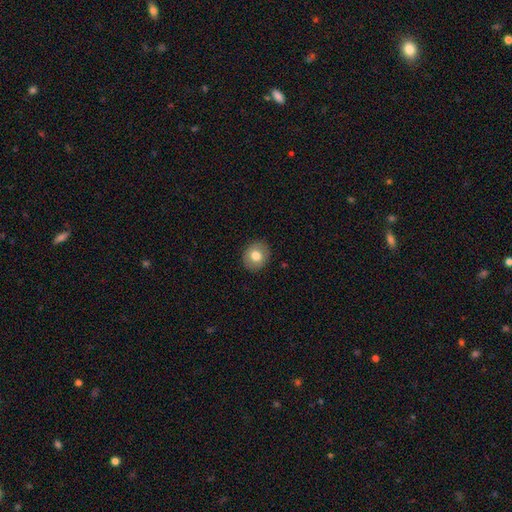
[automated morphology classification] Smooth or featured?
  - smooth: 76% *
  - featured or disk: 16%
  - star or artifact: 8%
How rounded?
  - round: 75% *
  - in between: 24%
  - cigar-shaped: 1%
Merging?
  - none: 89% *
  - minor disturbance: 8%
  - major disturbance: 2%
  - merger: 1%